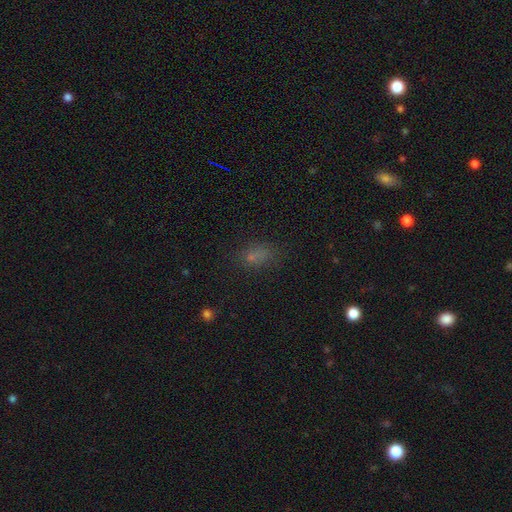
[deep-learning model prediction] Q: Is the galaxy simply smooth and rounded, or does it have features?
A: smooth — 66%.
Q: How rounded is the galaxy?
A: in between — 80%.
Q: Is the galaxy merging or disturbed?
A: none — 65%.